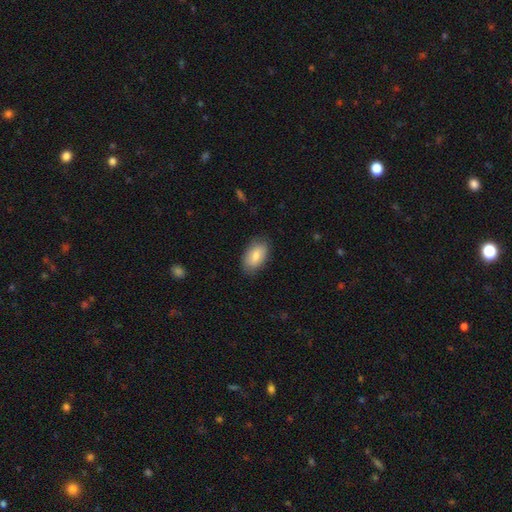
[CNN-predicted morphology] A smooth galaxy with no disk features (79%) that is in between round and cigar-shaped (93%). Merging: none (82%).